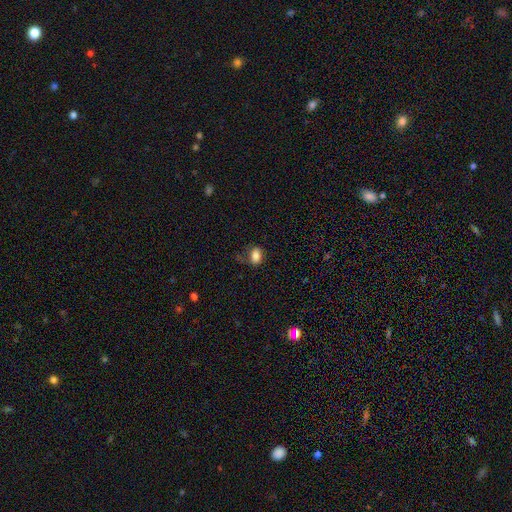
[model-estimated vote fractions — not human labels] Overall: smooth (82%). How rounded: in between (78%). Merging: none (65%).